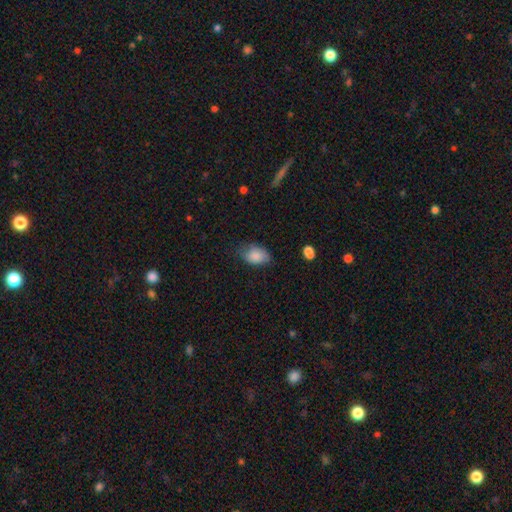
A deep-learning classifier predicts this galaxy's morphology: Smooth or featured? smooth (85%)
How rounded? in between (86%)
Merging? none (60%)